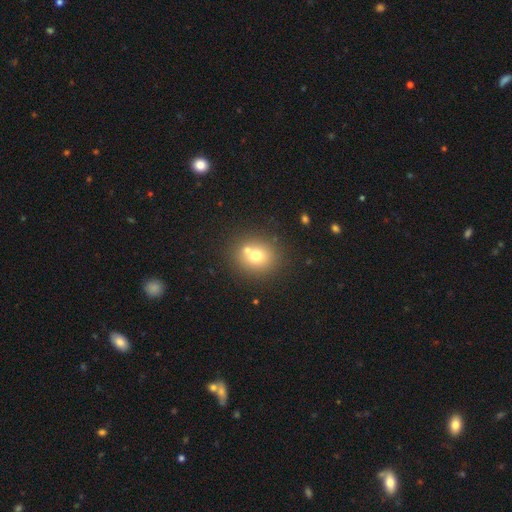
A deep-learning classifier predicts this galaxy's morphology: The model was most divided on "merging": none: 63%, merger: 24%, minor disturbance: 9%, major disturbance: 3%. More confident: how rounded — round (76%); smooth or featured — smooth (70%).